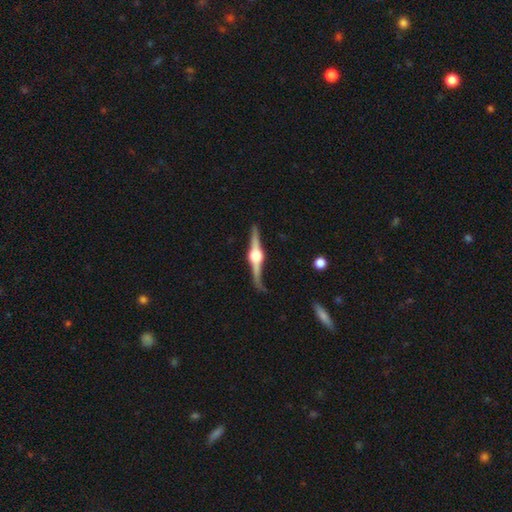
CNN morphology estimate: This appears to be a featured or disk galaxy (89%) viewed edge-on (98%) with a rounded central bulge (95%). Merging: none (84%).